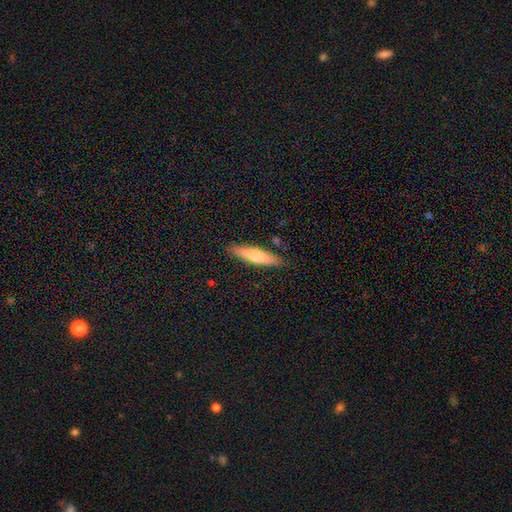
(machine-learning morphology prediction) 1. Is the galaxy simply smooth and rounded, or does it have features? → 59% smooth, 35% featured or disk, 6% star or artifact.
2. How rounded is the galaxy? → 82% cigar-shaped, 17% in between, 2% round.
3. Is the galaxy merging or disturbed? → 88% none, 8% minor disturbance, 2% major disturbance, 2% merger.